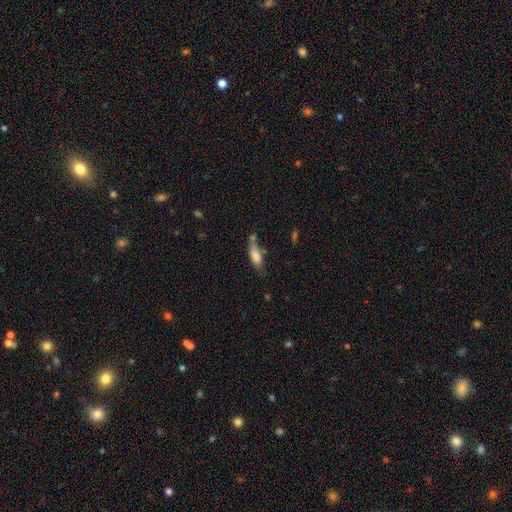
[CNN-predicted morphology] Q: Smooth or featured?
A: smooth (78%); runner-up: featured or disk (15%)
Q: How rounded?
A: in between (67%); runner-up: cigar-shaped (30%)
Q: Merging?
A: none (46%); runner-up: minor disturbance (27%)